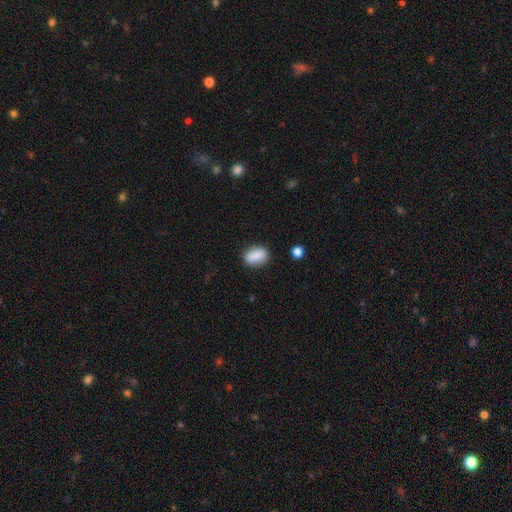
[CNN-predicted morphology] Smooth or featured?
  - smooth: 85% *
  - star or artifact: 7%
  - featured or disk: 7%
How rounded?
  - in between: 82% *
  - round: 15%
  - cigar-shaped: 4%
Merging?
  - none: 83% *
  - minor disturbance: 12%
  - major disturbance: 3%
  - merger: 2%